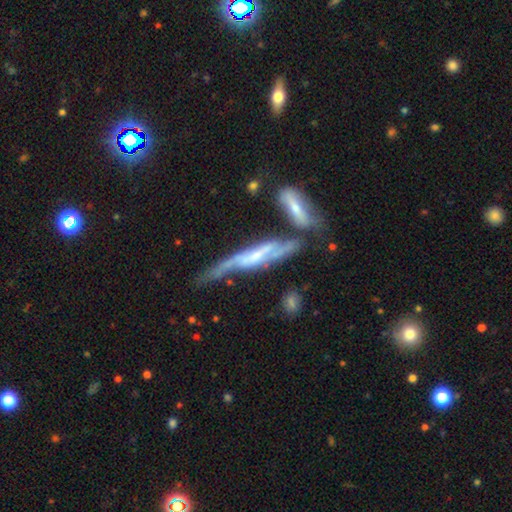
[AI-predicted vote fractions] Smooth or featured? Predicted: featured or disk (p=0.75). Edge-on disk? Predicted: yes (p=0.63). Merging? Predicted: none (p=0.35).